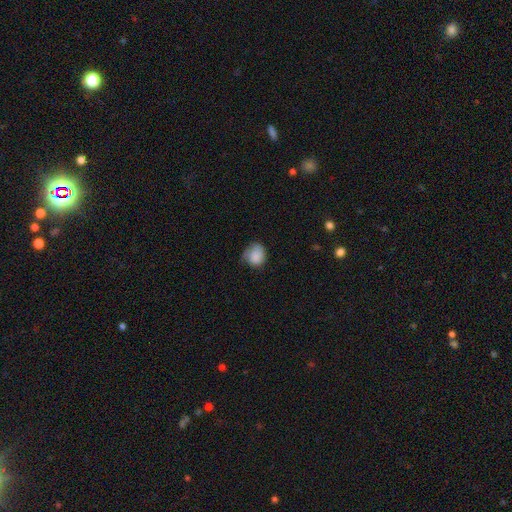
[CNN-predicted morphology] Smooth or featured?
  - smooth: 81% *
  - featured or disk: 11%
  - star or artifact: 8%
How rounded?
  - round: 66% *
  - in between: 33%
  - cigar-shaped: 1%
Merging?
  - none: 47% *
  - minor disturbance: 37%
  - major disturbance: 14%
  - merger: 2%